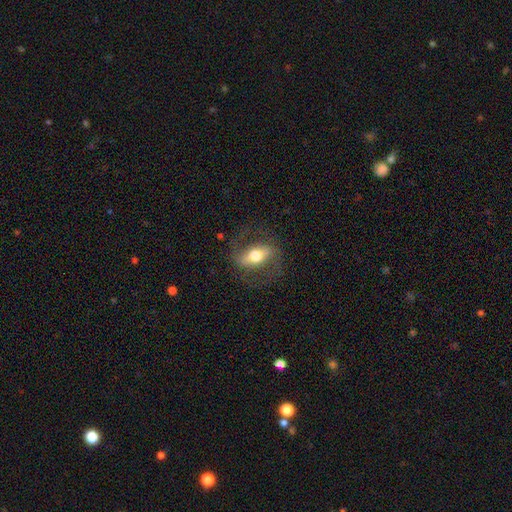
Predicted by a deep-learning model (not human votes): smooth_or_featured: featured or disk (p=0.64) [alt: smooth p=0.29]
disk_edge_on: no (p=0.79) [alt: yes p=0.21]
bar: strong (p=0.55) [alt: weak p=0.25]
has_spiral_arms: yes (p=0.63) [alt: no p=0.37]
bulge_size: moderate (p=0.61) [alt: large p=0.28]
merging: none (p=0.74) [alt: minor disturbance p=0.14]